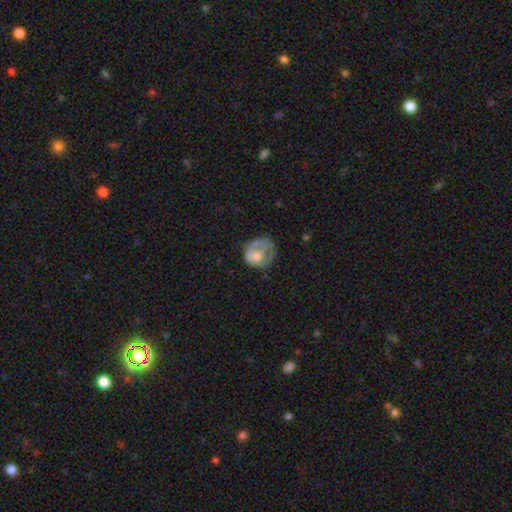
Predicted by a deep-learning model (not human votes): The model was most divided on "merging": none: 35%, major disturbance: 33%, minor disturbance: 28%, merger: 4%. More confident: how rounded — round (62%); smooth or featured — smooth (58%).